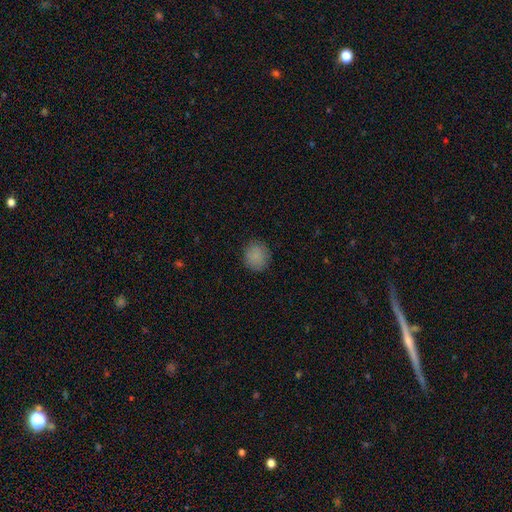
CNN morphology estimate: Smooth or featured: smooth — 86% (star or artifact — 10%)
How rounded: round — 87% (in between — 12%)
Merging: none — 87% (minor disturbance — 10%)